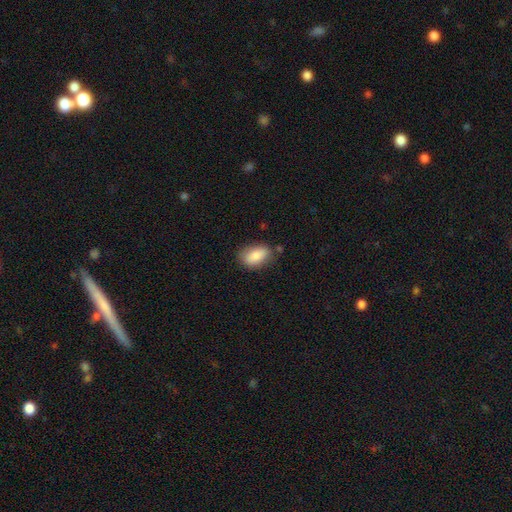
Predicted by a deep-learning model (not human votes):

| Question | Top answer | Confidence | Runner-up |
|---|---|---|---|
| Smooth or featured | smooth | 83% | featured or disk (10%) |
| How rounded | in between | 90% | round (8%) |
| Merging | none | 74% | minor disturbance (19%) |